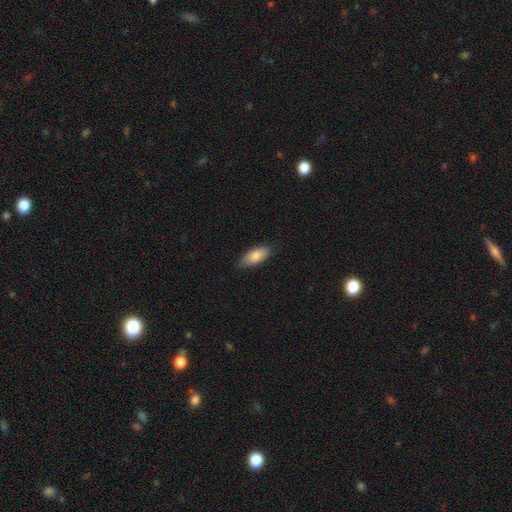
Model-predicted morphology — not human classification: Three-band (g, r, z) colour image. It shows a smooth galaxy with no disk features (83%) that is in between round and cigar-shaped (86%). Merging: none (78%).